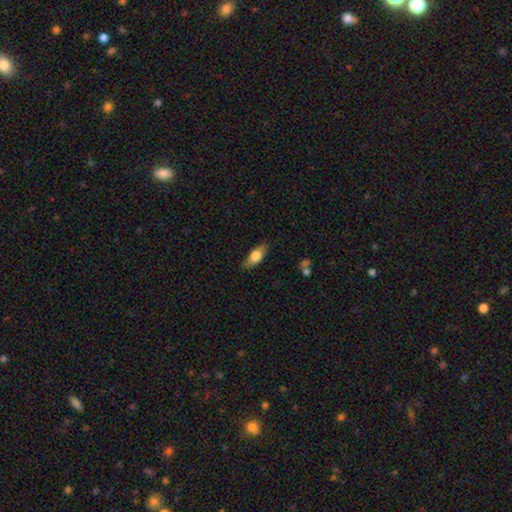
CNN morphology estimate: type=smooth (72%); roundness=in between (78%); merging=none (78%).